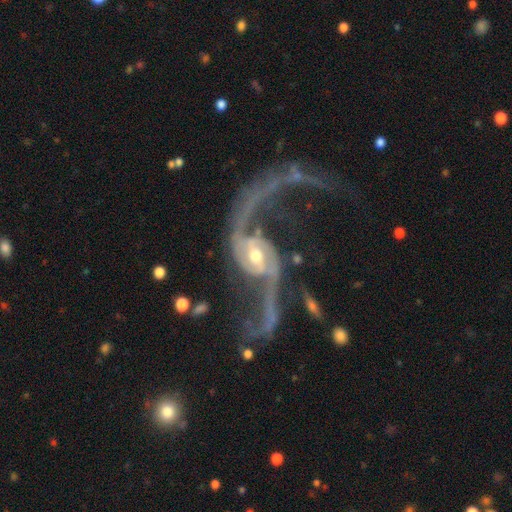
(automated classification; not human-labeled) A featured or disk galaxy (92%) with a weak bar (43%), 2 (92%) loose (85%) spiral arms (96%) and a moderate central bulge (62%). Merging: none (41%).